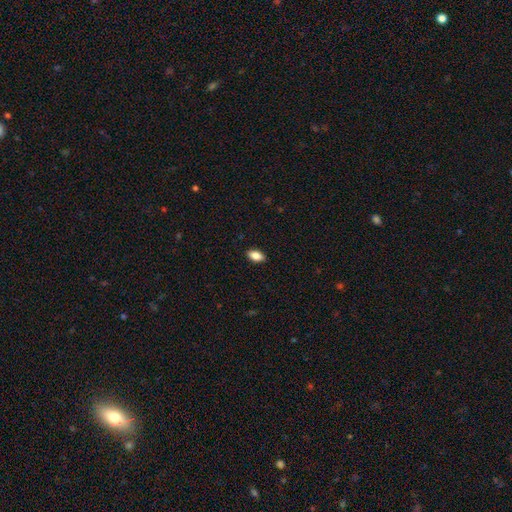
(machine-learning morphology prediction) smooth-or-featured: smooth: 85% | featured or disk: 8% | star or artifact: 8%
  how-rounded: in between: 91% | cigar-shaped: 5% | round: 4%
  merging: none: 89% | minor disturbance: 8% | major disturbance: 2% | merger: 1%